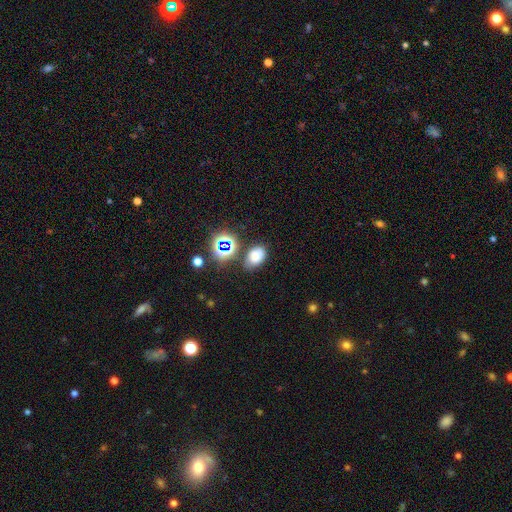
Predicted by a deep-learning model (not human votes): A smooth galaxy with no disk features (70%) that is in between round and cigar-shaped (78%).

Vote fractions:
- Smooth or featured? smooth: 70% / star or artifact: 21% / featured or disk: 9%
- How rounded? in between: 78% / round: 20% / cigar-shaped: 1%
- Merging? none: 70% / minor disturbance: 18% / merger: 6% / major disturbance: 5%